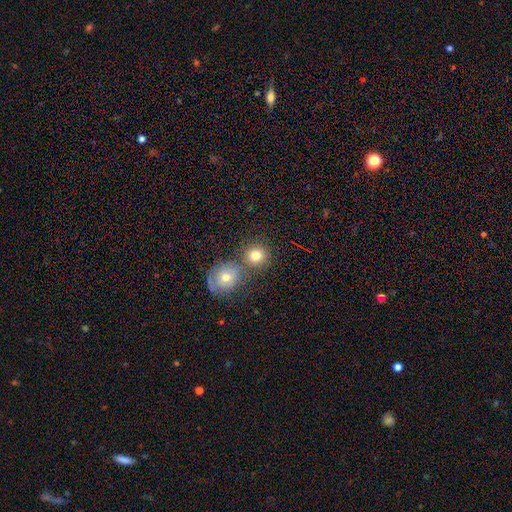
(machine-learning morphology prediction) This appears to be a smooth galaxy with no disk features (77%) that is round (84%). Merging: none (64%).